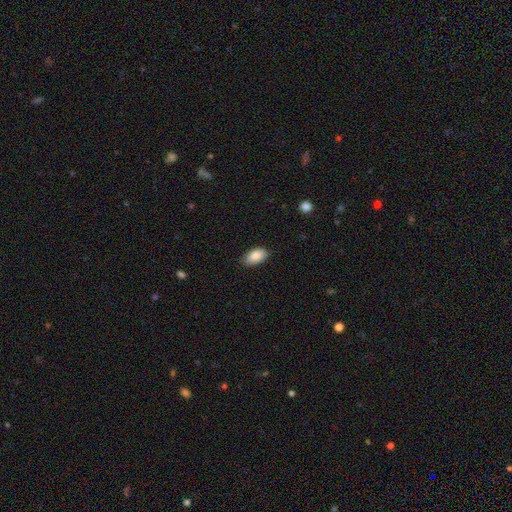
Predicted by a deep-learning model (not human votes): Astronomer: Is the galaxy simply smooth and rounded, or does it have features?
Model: smooth — 87%.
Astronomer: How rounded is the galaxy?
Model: in between — 94%.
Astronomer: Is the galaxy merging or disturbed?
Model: none — 82%.